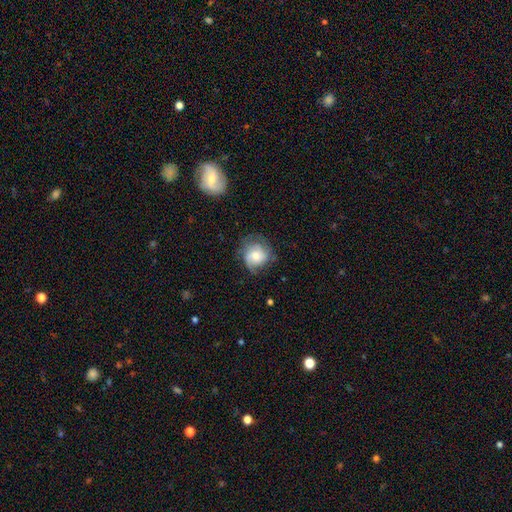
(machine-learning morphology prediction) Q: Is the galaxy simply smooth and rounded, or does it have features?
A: featured or disk — 50%.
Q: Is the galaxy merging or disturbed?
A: none — 62%.